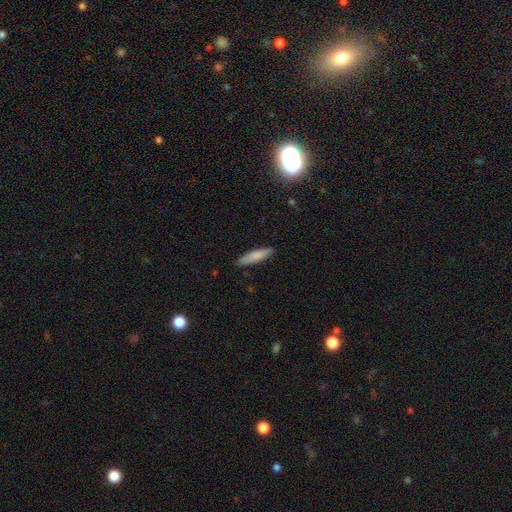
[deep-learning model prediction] Smooth or featured? smooth (80%)
How rounded? cigar-shaped (81%)
Merging? none (89%)